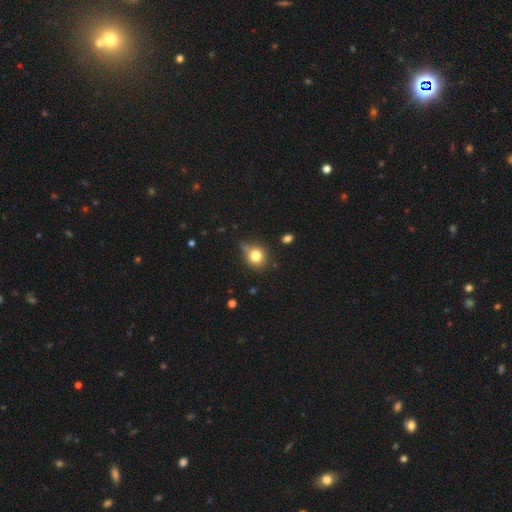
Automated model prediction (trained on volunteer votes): This appears to be a smooth galaxy with no disk features (77%) that is round (76%). Merging: none (62%).